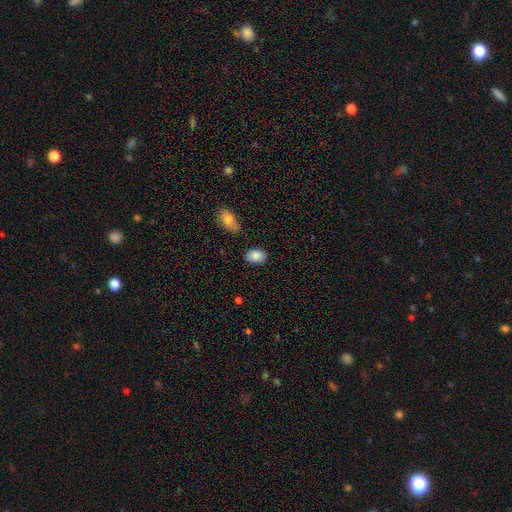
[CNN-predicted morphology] smooth 88%, star or artifact 7%, featured or disk 5%. Down the decision tree: how rounded — in between (85%); merging — none (81%).